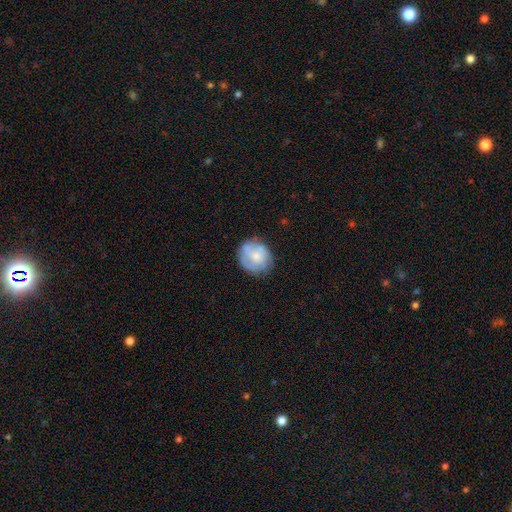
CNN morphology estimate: A smooth galaxy with no disk features (51%) that is round (76%).

Vote fractions:
- Smooth or featured? smooth: 51% / featured or disk: 42% / star or artifact: 7%
- How rounded? round: 76% / in between: 23% / cigar-shaped: 1%
- Merging? none: 68% / minor disturbance: 22% / major disturbance: 8% / merger: 2%